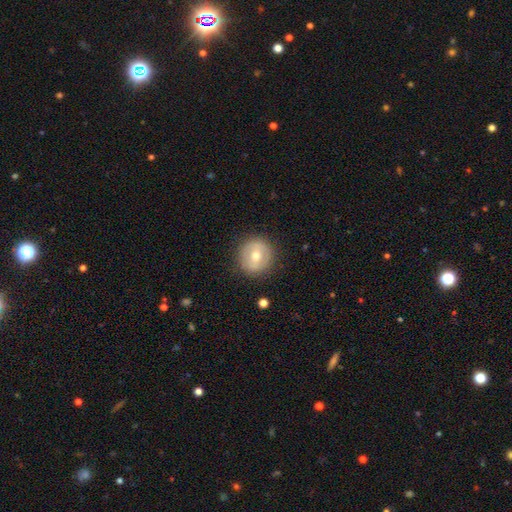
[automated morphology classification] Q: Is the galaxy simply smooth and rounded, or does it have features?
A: smooth — 54%.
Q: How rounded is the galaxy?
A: round — 93%.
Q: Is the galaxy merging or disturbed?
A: none — 85%.